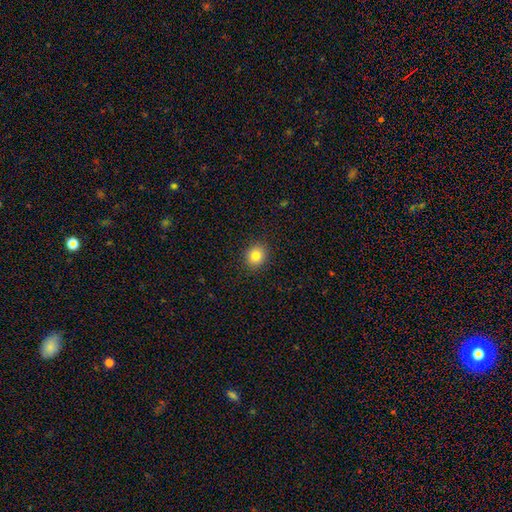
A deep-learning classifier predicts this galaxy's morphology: Smooth or featured?
  - smooth: 82% *
  - star or artifact: 11%
  - featured or disk: 7%
How rounded?
  - round: 83% *
  - in between: 16%
  - cigar-shaped: 1%
Merging?
  - none: 90% *
  - minor disturbance: 7%
  - major disturbance: 2%
  - merger: 1%